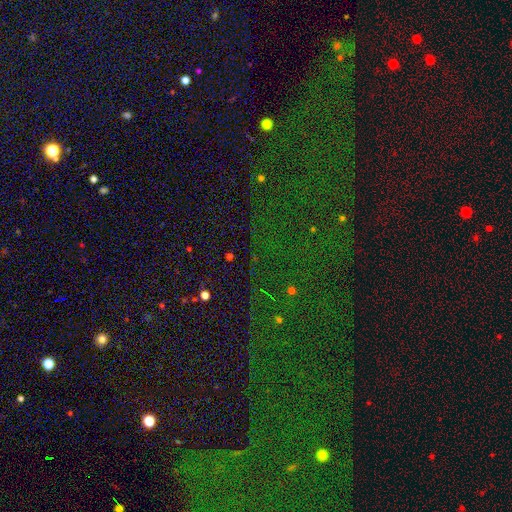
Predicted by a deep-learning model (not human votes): Q: Smooth or featured?
A: star or artifact (78%); runner-up: smooth (12%)